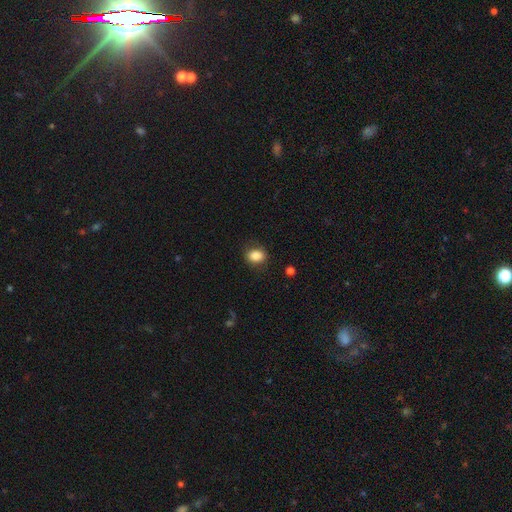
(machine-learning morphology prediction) Smooth or featured? smooth (84%)
How rounded? in between (55%)
Merging? none (81%)